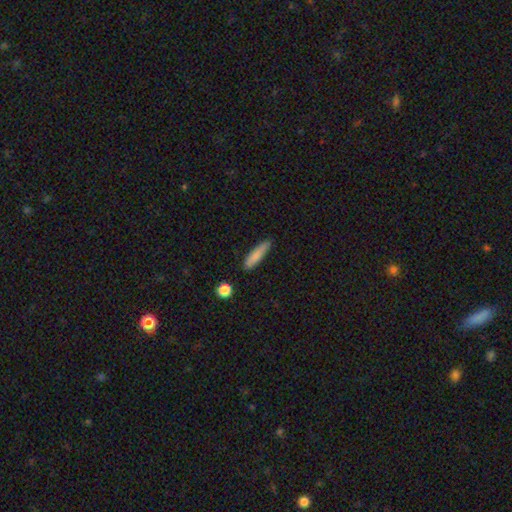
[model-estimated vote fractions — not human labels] Overall: smooth (82%). How rounded: cigar-shaped (82%). Merging: none (81%).